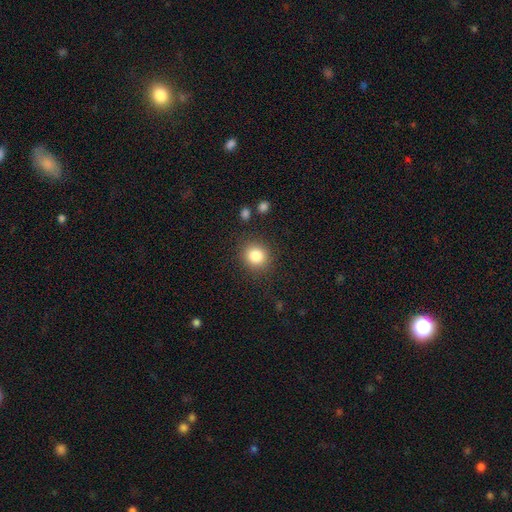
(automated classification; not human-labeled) The model was most divided on "how rounded": round: 85%, in between: 14%, cigar-shaped: 1%. More confident: merging — none (87%); smooth or featured — smooth (83%).